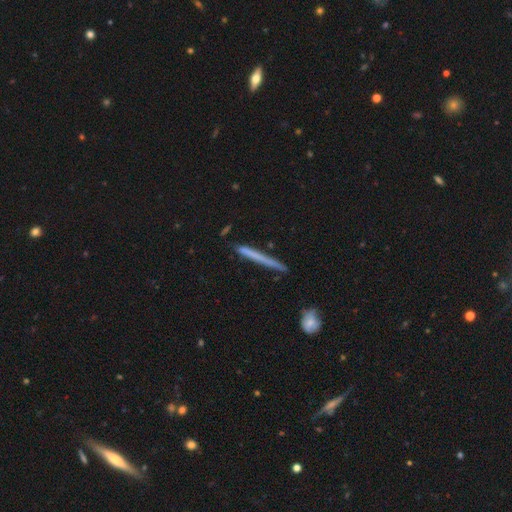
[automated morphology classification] Smooth or featured?
  - smooth: 56% *
  - featured or disk: 38%
  - star or artifact: 6%
How rounded?
  - cigar-shaped: 97% *
  - in between: 2%
  - round: 1%
Merging?
  - none: 85% *
  - minor disturbance: 11%
  - merger: 2%
  - major disturbance: 2%